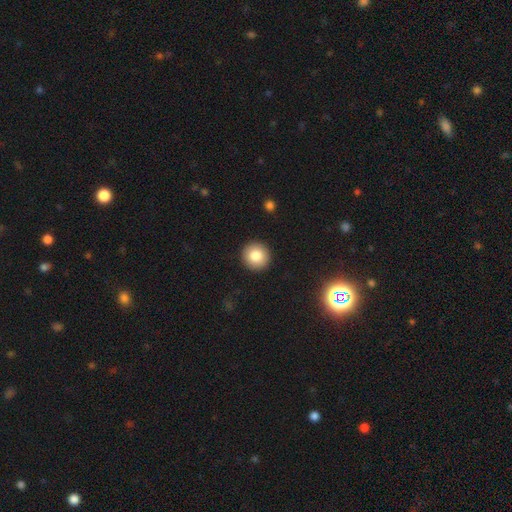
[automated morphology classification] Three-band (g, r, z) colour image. It shows a smooth galaxy with no disk features (82%) that is round (94%). Merging: none (92%).